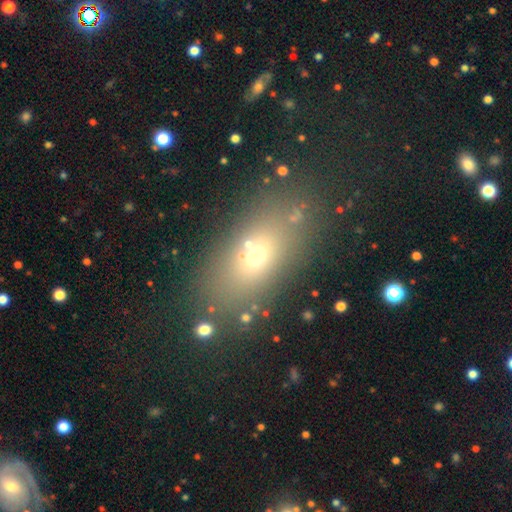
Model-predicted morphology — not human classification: smooth_or_featured: smooth (p=0.61) [alt: star or artifact p=0.21]
how_rounded: in between (p=0.72) [alt: round p=0.19]
merging: none (p=0.75) [alt: minor disturbance p=0.11]